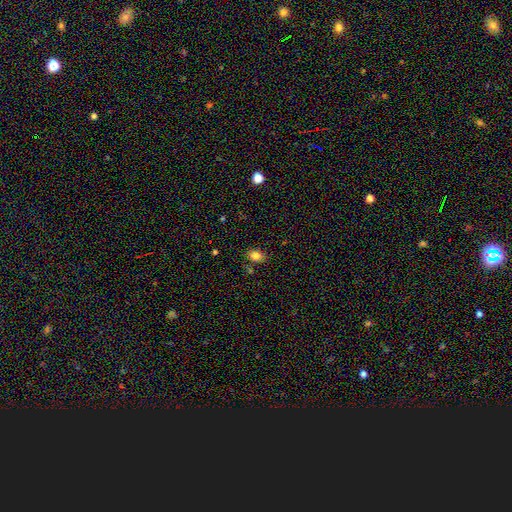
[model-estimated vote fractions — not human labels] A smooth galaxy with no disk features (83%) that is in between round and cigar-shaped (72%). Merging: none (79%).